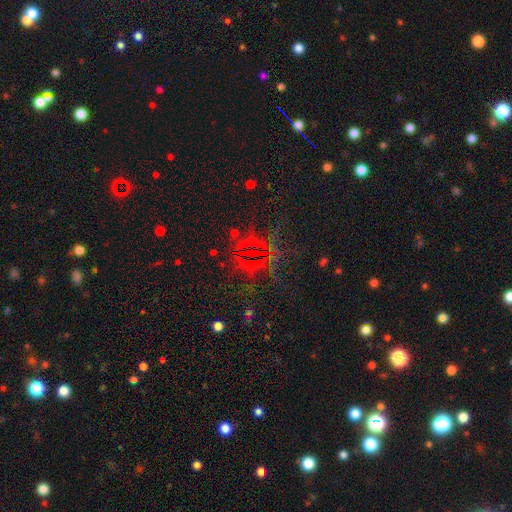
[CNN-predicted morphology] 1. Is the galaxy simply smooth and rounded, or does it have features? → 80% star or artifact, 11% smooth, 9% featured or disk.